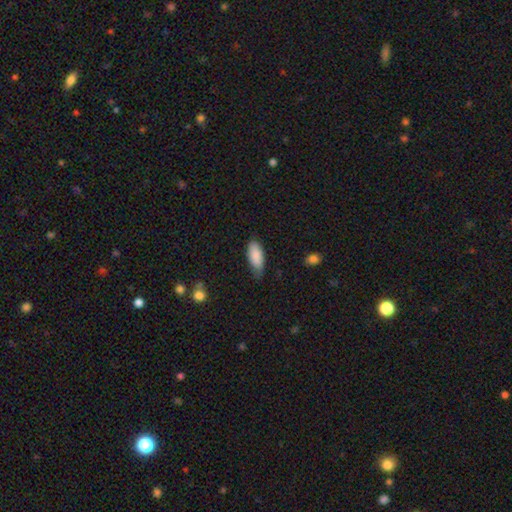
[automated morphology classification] Overall: smooth (88%). How rounded: in between (85%). Merging: none (62%; minor disturbance 32%).